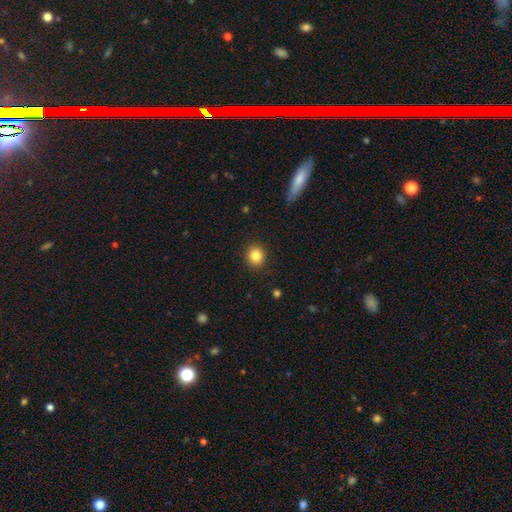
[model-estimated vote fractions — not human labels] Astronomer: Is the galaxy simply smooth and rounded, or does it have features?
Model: smooth — 85%.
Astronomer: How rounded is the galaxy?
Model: round — 86%.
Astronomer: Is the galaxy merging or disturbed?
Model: none — 91%.